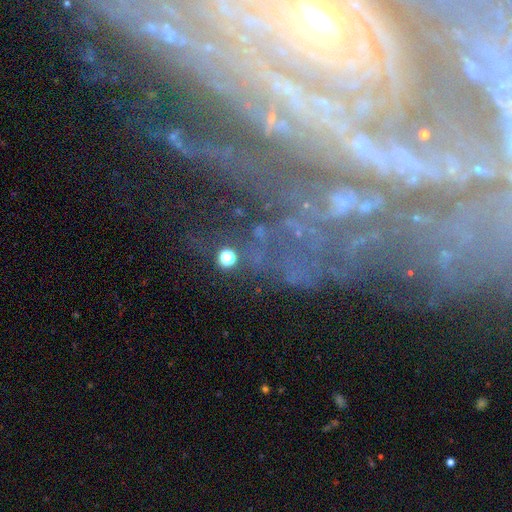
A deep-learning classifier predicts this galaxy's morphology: The model was most divided on "bar": no: 43%, weak: 30%, strong: 27%. More confident: edge-on disk — no (92%); spiral arms — yes (86%); merging — none (64%); smooth or featured — featured or disk (62%); bulge size — small (61%).